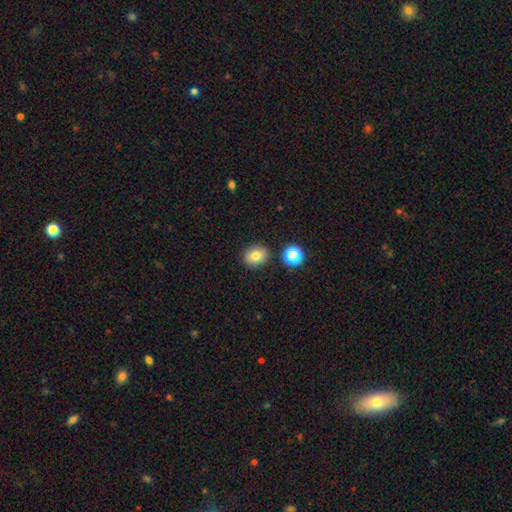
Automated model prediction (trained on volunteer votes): This is likely a smooth galaxy (79%). How rounded: possibly round (57%). Merging: clearly none (86%).